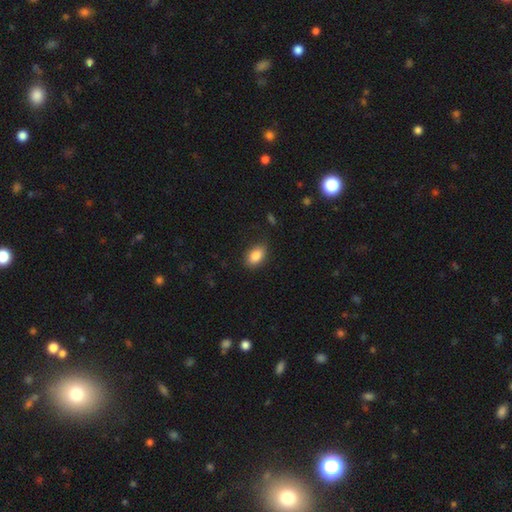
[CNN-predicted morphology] smooth-or-featured: smooth: 86% | star or artifact: 8% | featured or disk: 6%
  how-rounded: in between: 88% | round: 9% | cigar-shaped: 2%
  merging: none: 84% | minor disturbance: 12% | major disturbance: 3% | merger: 1%